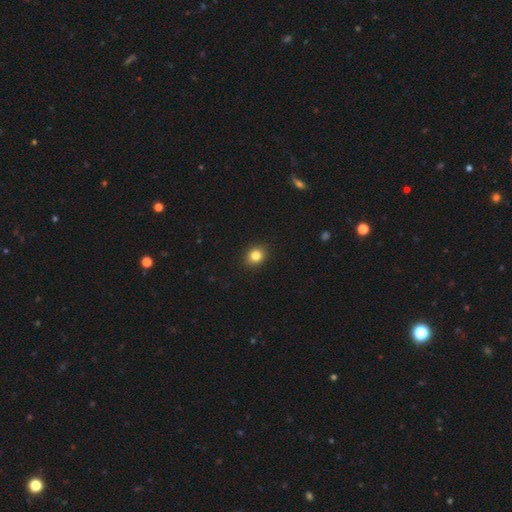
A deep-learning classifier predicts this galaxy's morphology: This appears to be a smooth galaxy with no disk features (83%) that is round (66%). Merging: none (91%).